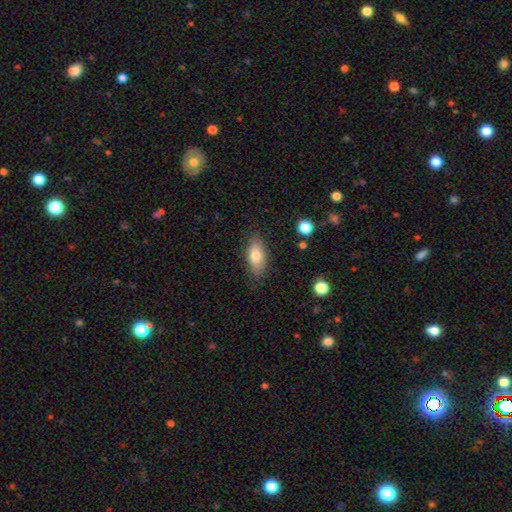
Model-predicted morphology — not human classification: smooth 77%, featured or disk 16%, star or artifact 7%. Down the decision tree: how rounded — in between (84%); merging — none (82%).